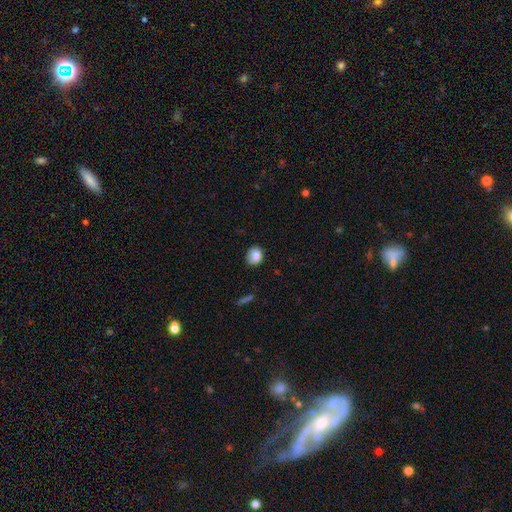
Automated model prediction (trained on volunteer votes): This appears to be a smooth galaxy with no disk features (85%) that is round (59%). Merging: none (71%).